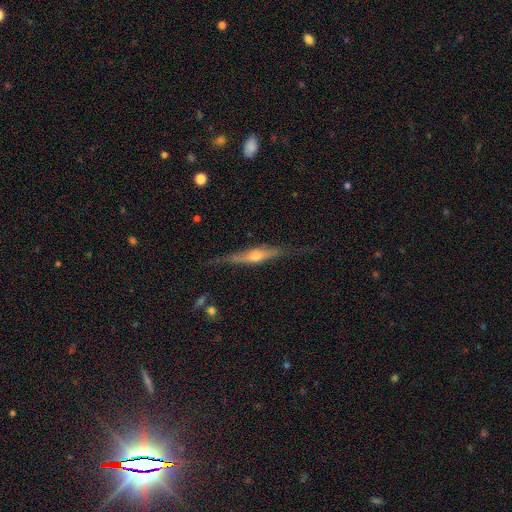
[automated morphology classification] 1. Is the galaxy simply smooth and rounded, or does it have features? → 74% featured or disk, 20% smooth, 6% star or artifact.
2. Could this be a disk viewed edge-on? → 95% yes, 5% no.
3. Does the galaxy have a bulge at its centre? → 85% rounded, 8% boxy, 7% none.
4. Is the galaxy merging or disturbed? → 76% none, 17% minor disturbance, 5% major disturbance, 2% merger.